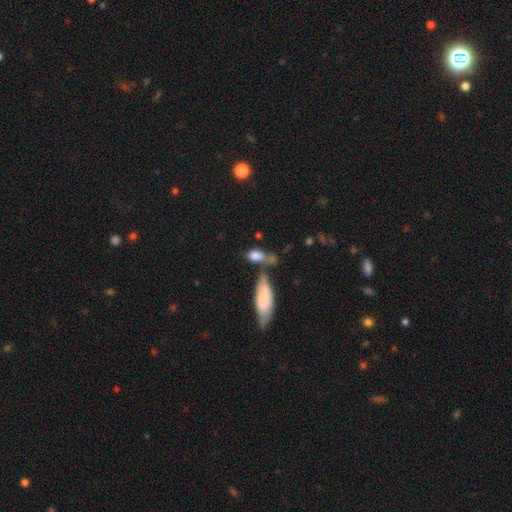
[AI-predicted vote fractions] Smooth or featured? smooth (77%)
How rounded? in between (78%)
Merging? merger (39%)